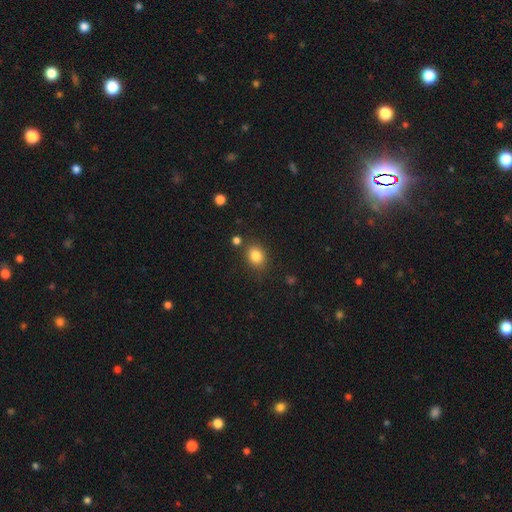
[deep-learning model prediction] Morphology: type=smooth (84%); roundness=round (50%); merging=none (79%).